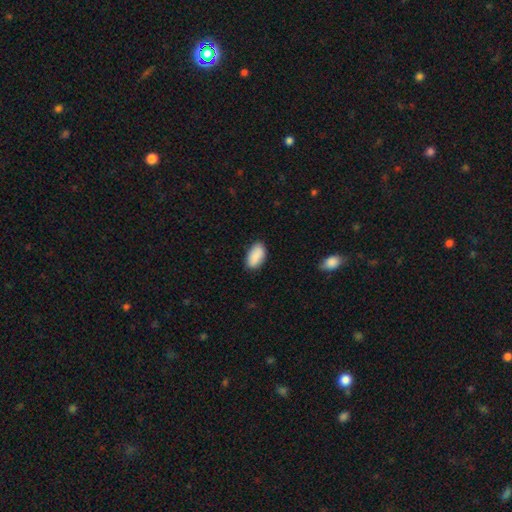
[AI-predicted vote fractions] This appears to be a smooth galaxy with no disk features (90%) that is in between round and cigar-shaped (94%). Merging: none (84%).